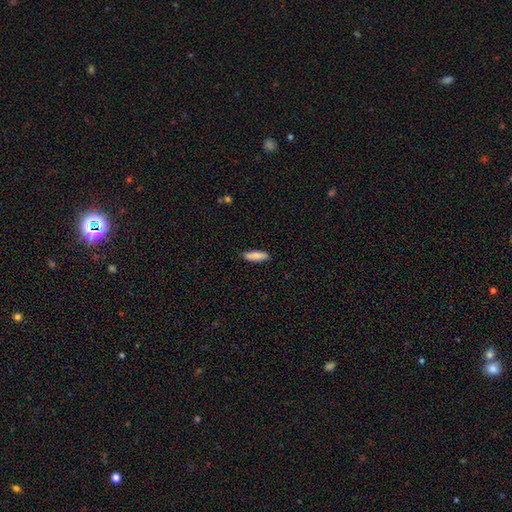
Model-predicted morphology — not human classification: This is clearly a smooth galaxy (87%). How rounded: possibly cigar-shaped (56%). Merging: clearly none (88%).